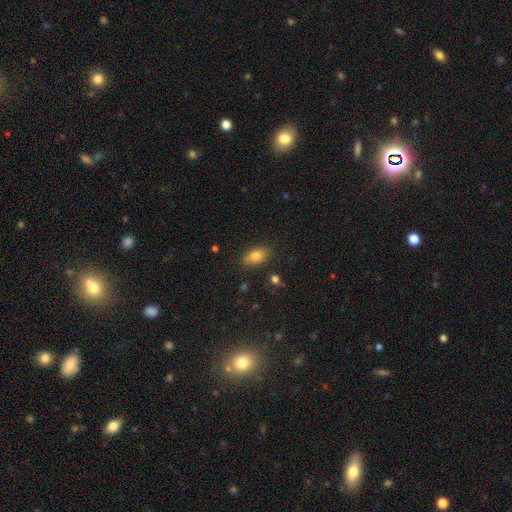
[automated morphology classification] smooth 80%, star or artifact 10%, featured or disk 10%. Down the decision tree: how rounded — in between (88%); merging — none (82%).